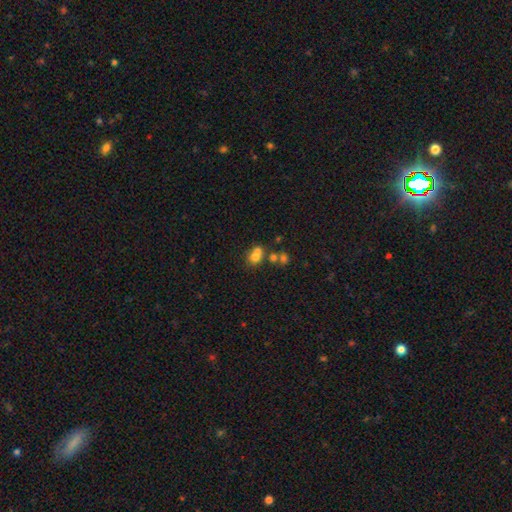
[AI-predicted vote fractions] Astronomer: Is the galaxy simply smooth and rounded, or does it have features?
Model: smooth — 70%.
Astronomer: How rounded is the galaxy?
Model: round — 54% (runner-up: in between, 45%).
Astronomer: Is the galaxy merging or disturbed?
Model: merger — 50% (runner-up: none, 34%).